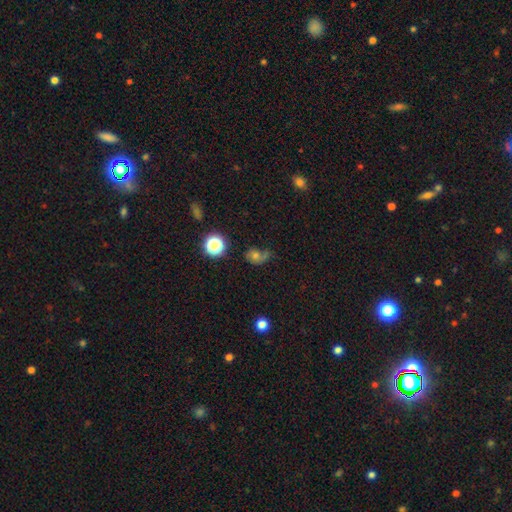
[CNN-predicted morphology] Q: Smooth or featured?
A: smooth (54%); runner-up: featured or disk (28%)
Q: How rounded?
A: round (55%); runner-up: in between (43%)
Q: Merging?
A: none (34%); runner-up: major disturbance (32%)